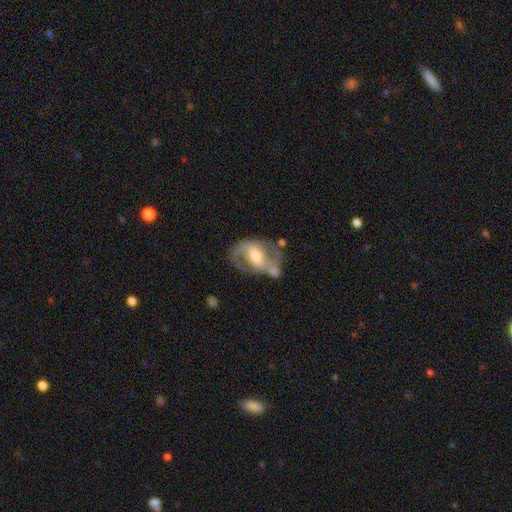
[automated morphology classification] type=featured or disk (77%); edge-on=no (96%); bar=weak (43%); spiral arms=yes (80%); winding=medium (50%); arm count=2 (77%); bulge=moderate (64%); merging=none (48%).